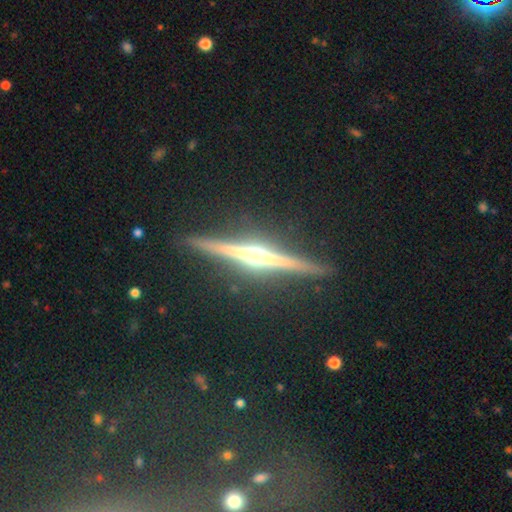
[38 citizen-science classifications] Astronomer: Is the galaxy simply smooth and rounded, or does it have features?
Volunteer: featured or disk — 95%.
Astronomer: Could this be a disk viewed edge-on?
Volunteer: yes — 100%.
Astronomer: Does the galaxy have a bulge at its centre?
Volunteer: rounded — 97%.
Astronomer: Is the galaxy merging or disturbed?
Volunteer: none — 95%.